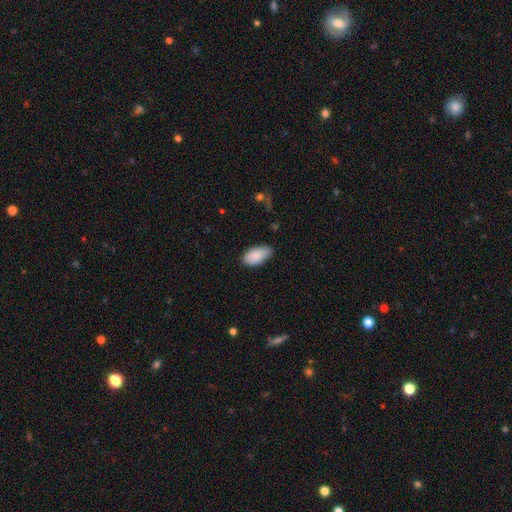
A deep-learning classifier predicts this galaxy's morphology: Smooth or featured? Predicted: smooth (p=0.87). How rounded? Predicted: in between (p=0.95). Merging? Predicted: none (p=0.63).